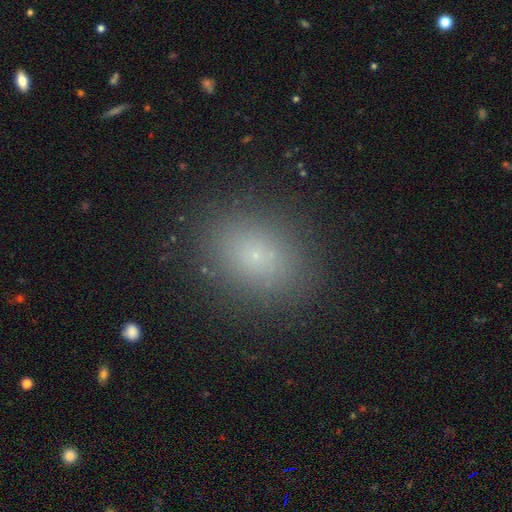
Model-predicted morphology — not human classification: Smooth or featured?
  - smooth: 71% *
  - star or artifact: 17%
  - featured or disk: 11%
How rounded?
  - in between: 59% *
  - round: 39%
  - cigar-shaped: 1%
Merging?
  - none: 87% *
  - minor disturbance: 9%
  - major disturbance: 3%
  - merger: 1%